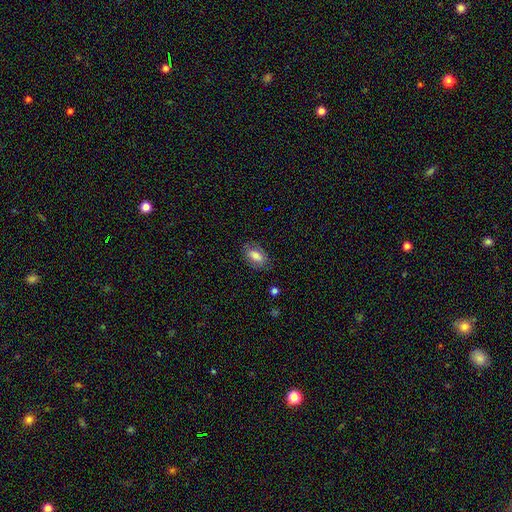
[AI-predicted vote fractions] Q: Smooth or featured?
A: smooth (72%); runner-up: featured or disk (20%)
Q: How rounded?
A: in between (90%); runner-up: round (6%)
Q: Merging?
A: none (78%); runner-up: minor disturbance (16%)